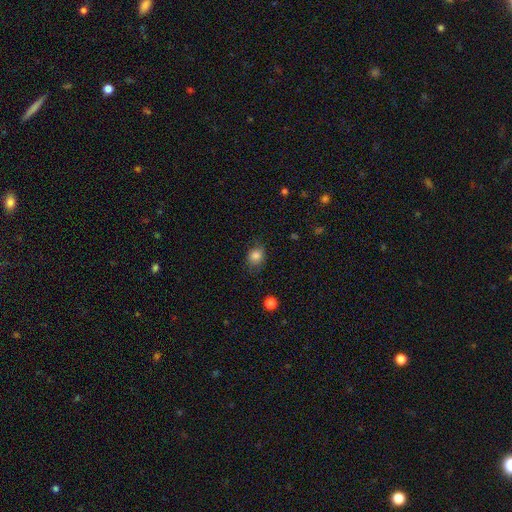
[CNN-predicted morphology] Q: Smooth or featured?
A: smooth (83%); runner-up: star or artifact (11%)
Q: How rounded?
A: round (54%); runner-up: in between (45%)
Q: Merging?
A: none (76%); runner-up: minor disturbance (18%)